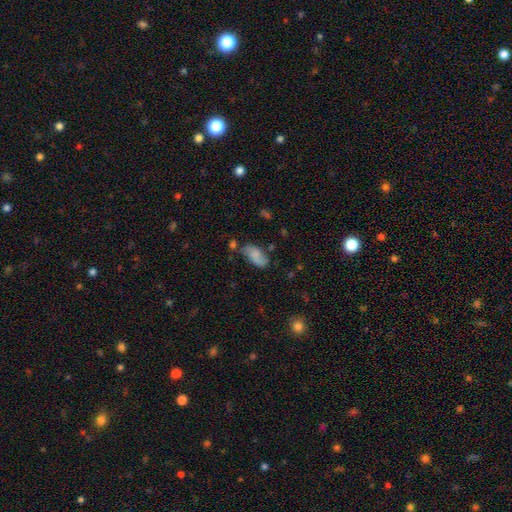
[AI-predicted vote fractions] The model was most divided on "merging": none: 55%, minor disturbance: 26%, merger: 10%, major disturbance: 9%. More confident: how rounded — in between (91%); smooth or featured — smooth (67%).